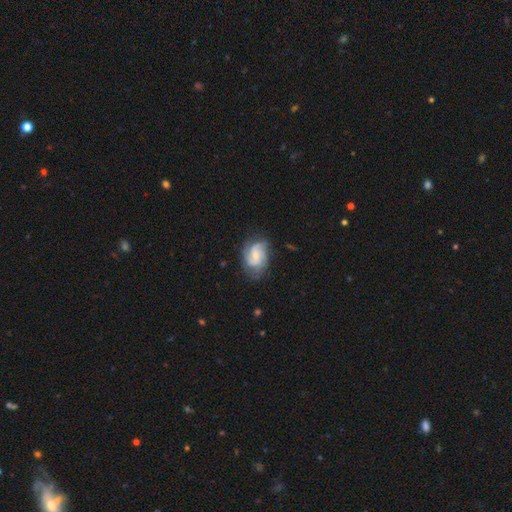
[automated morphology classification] Smooth or featured?
  - featured or disk: 77% *
  - smooth: 17%
  - star or artifact: 6%
Edge-on disk?
  - no: 98% *
  - yes: 2%
Bar?
  - no: 53% *
  - weak: 39%
  - strong: 8%
Spiral arms?
  - yes: 95% *
  - no: 5%
Spiral winding?
  - medium: 46% *
  - tight: 32%
  - loose: 22%
Spiral arm count?
  - 3: 38% *
  - 2: 27%
  - can't tell: 18%
  - 4: 9%
  - 1: 5%
  - more than 4: 4%
Bulge size?
  - small: 57% *
  - moderate: 32%
  - none: 7%
  - large: 3%
  - dominant: 1%
Merging?
  - none: 66% *
  - minor disturbance: 22%
  - major disturbance: 10%
  - merger: 2%